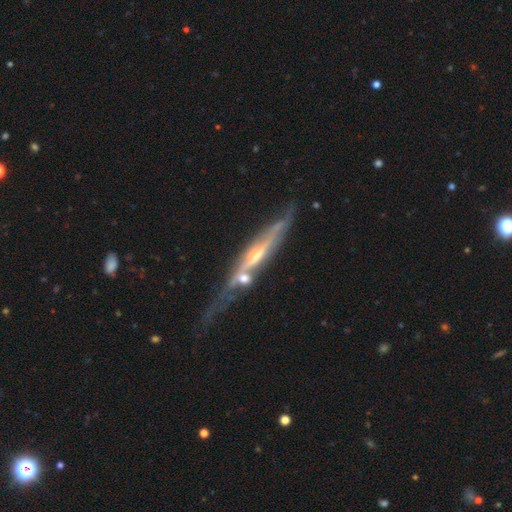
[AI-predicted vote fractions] Morphology: type=featured or disk (78%); edge-on=yes (83%); edge-on bulge=rounded (60%); merging=none (49%).